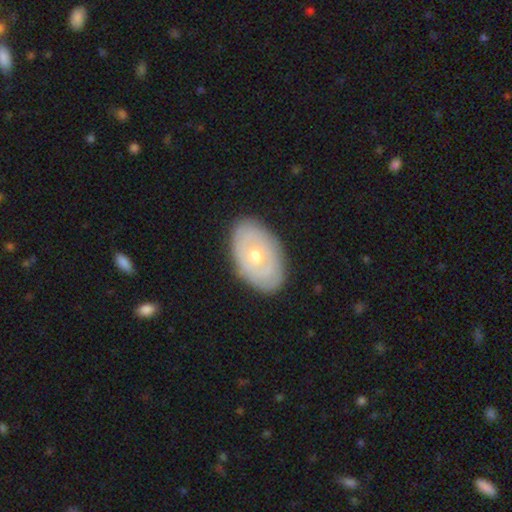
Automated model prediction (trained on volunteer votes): Smooth or featured? Predicted: featured or disk (p=0.54). Edge-on disk? Predicted: no (p=0.91). Merging? Predicted: none (p=0.84).